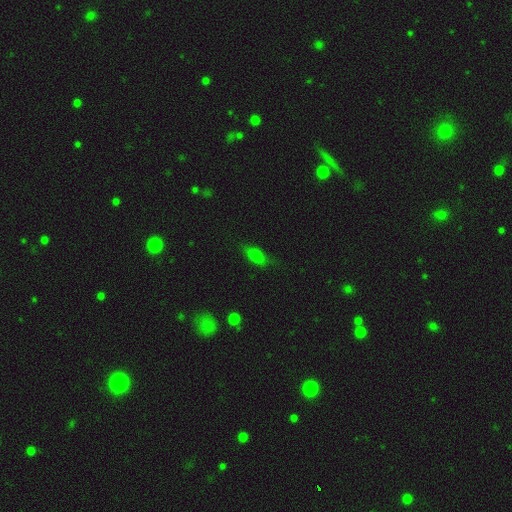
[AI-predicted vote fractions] Overall: smooth (74%). How rounded: in between (78%). Merging: none (77%).